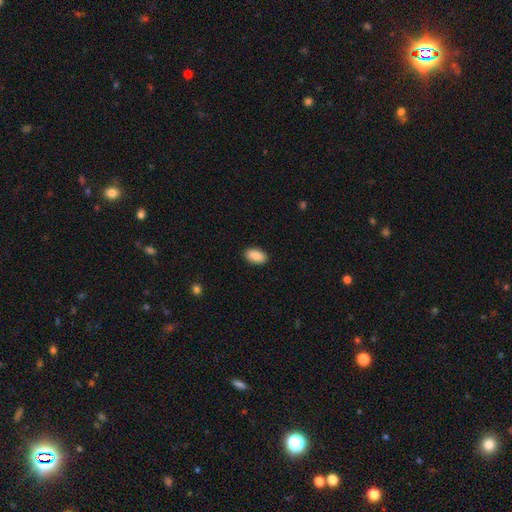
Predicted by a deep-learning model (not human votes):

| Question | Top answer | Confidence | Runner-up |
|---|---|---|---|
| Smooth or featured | smooth | 90% | star or artifact (7%) |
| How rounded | in between | 93% | round (4%) |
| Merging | none | 90% | minor disturbance (7%) |